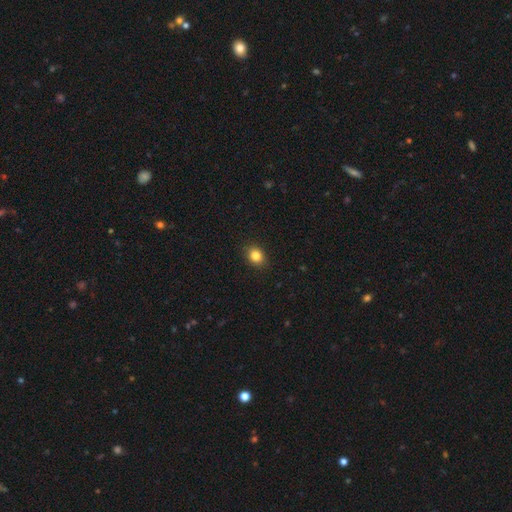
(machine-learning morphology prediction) Smooth or featured: smooth — 84% (star or artifact — 10%)
How rounded: round — 51% (in between — 48%)
Merging: none — 89% (minor disturbance — 8%)